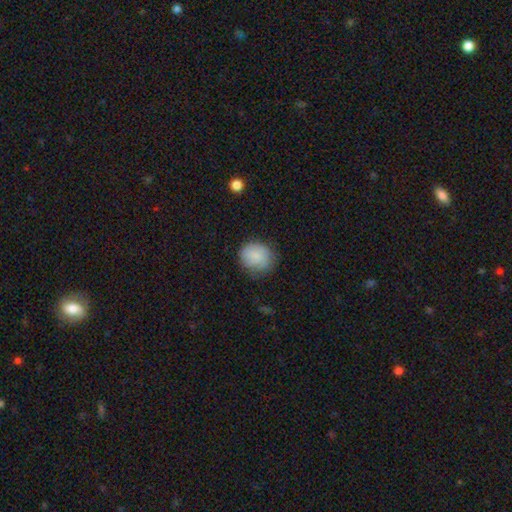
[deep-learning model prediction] Smooth or featured?
  - smooth: 82% *
  - featured or disk: 11%
  - star or artifact: 7%
How rounded?
  - round: 76% *
  - in between: 23%
  - cigar-shaped: 1%
Merging?
  - none: 71% *
  - minor disturbance: 21%
  - major disturbance: 6%
  - merger: 1%